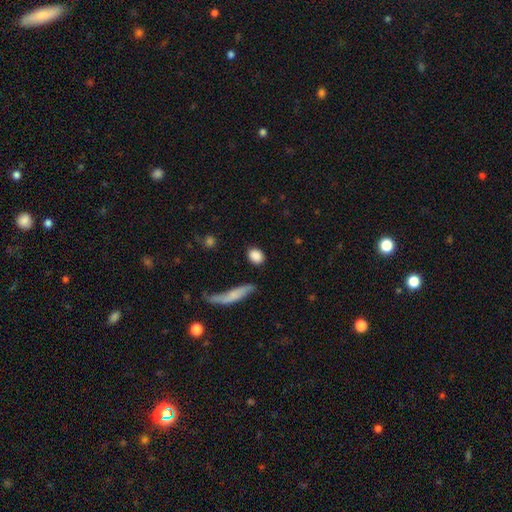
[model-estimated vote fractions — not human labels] Overall: smooth (86%). How rounded: in between (55%; round 39%). Merging: none (80%).